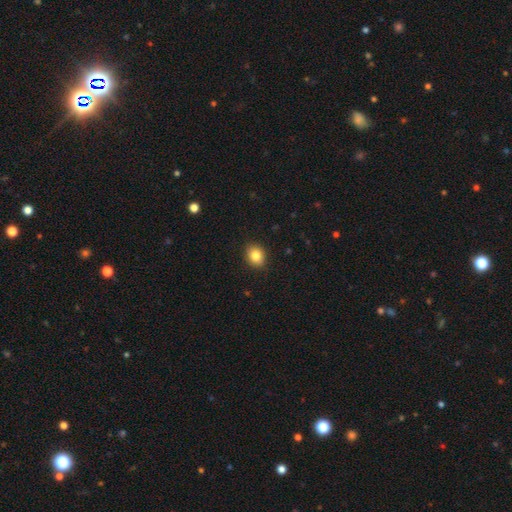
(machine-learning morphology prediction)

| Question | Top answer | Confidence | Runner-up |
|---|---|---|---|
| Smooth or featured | smooth | 84% | star or artifact (10%) |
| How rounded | round | 56% | in between (43%) |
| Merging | none | 90% | minor disturbance (8%) |